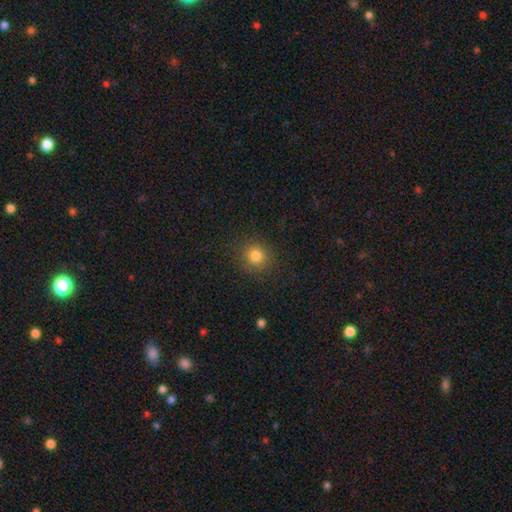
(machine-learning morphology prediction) This is clearly a smooth galaxy (81%). How rounded: clearly round (88%). Merging: clearly none (88%).